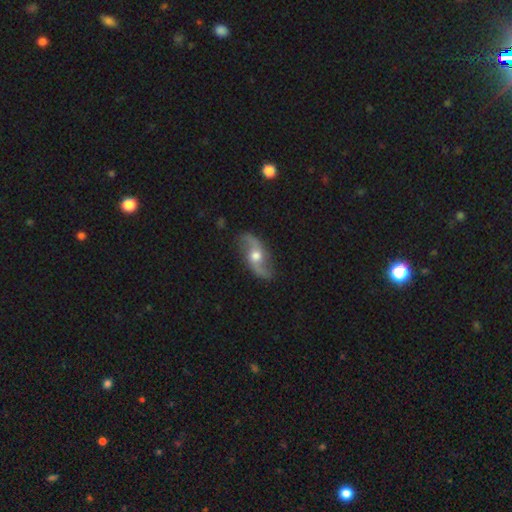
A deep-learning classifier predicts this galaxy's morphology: A featured or disk galaxy (85%) with no bar (62%), 2 (94%) loose (78%) spiral arms (95%) and a moderate central bulge (75%).

Vote fractions:
- Smooth or featured? featured or disk: 85% / smooth: 9% / star or artifact: 5%
- Edge-on disk? no: 92% / yes: 8%
- Bar? no: 62% / weak: 28% / strong: 10%
- Spiral arms? yes: 95% / no: 5%
- Spiral winding? loose: 78% / medium: 17% / tight: 5%
- Spiral arm count? 2: 94% / can't tell: 2% / 1: 1% / 3: 1% / 4: 1% / more than 4: 1%
- Bulge size? moderate: 75% / small: 13% / large: 9% / none: 1% / dominant: 1%
- Merging? none: 84% / minor disturbance: 12% / major disturbance: 3% / merger: 1%